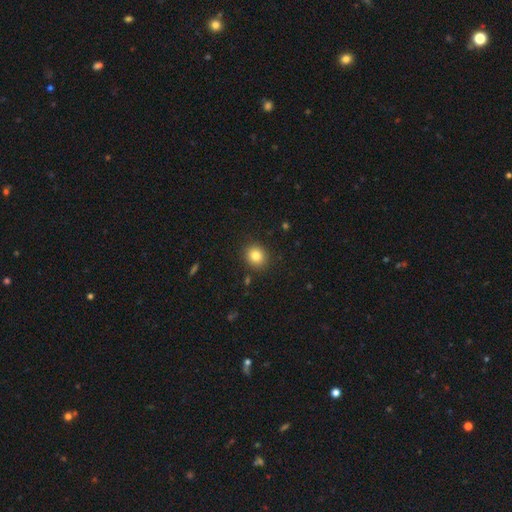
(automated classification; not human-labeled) Smooth or featured?
  - smooth: 82% *
  - star or artifact: 11%
  - featured or disk: 7%
How rounded?
  - round: 78% *
  - in between: 21%
  - cigar-shaped: 1%
Merging?
  - none: 90% *
  - minor disturbance: 7%
  - major disturbance: 2%
  - merger: 1%